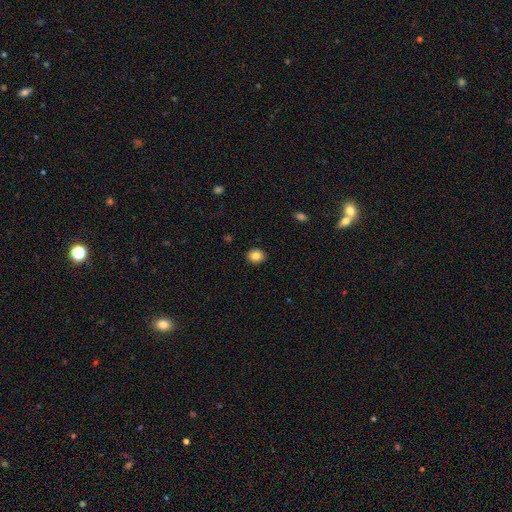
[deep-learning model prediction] Q: Smooth or featured?
A: smooth (84%); runner-up: star or artifact (10%)
Q: How rounded?
A: round (62%); runner-up: in between (37%)
Q: Merging?
A: none (90%); runner-up: minor disturbance (7%)